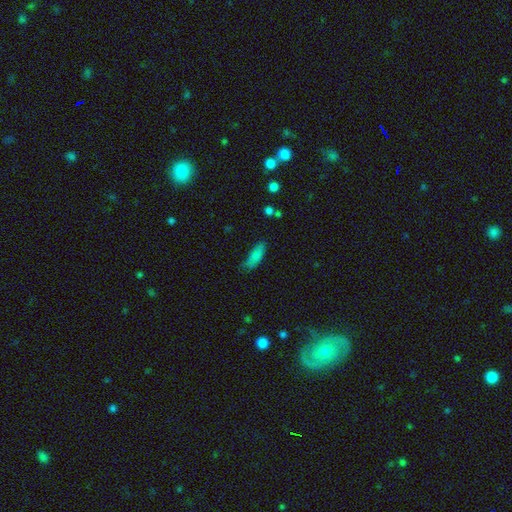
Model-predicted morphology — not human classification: Smooth or featured? Predicted: smooth (p=0.82). How rounded? Predicted: in between (p=0.60). Merging? Predicted: none (p=0.70).